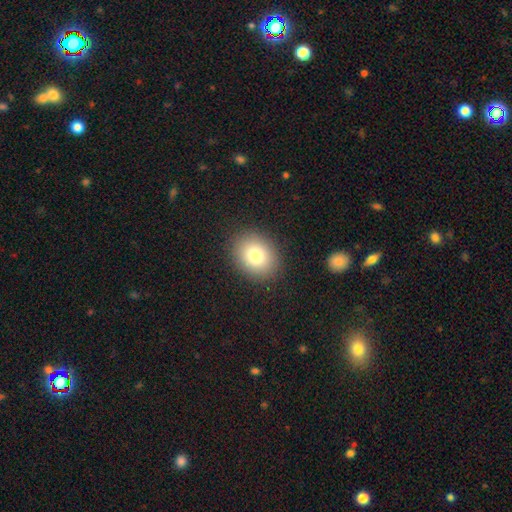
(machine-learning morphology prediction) Smooth or featured: smooth — 79% (featured or disk — 11%)
How rounded: in between — 50% (round — 49%)
Merging: none — 89% (minor disturbance — 7%)